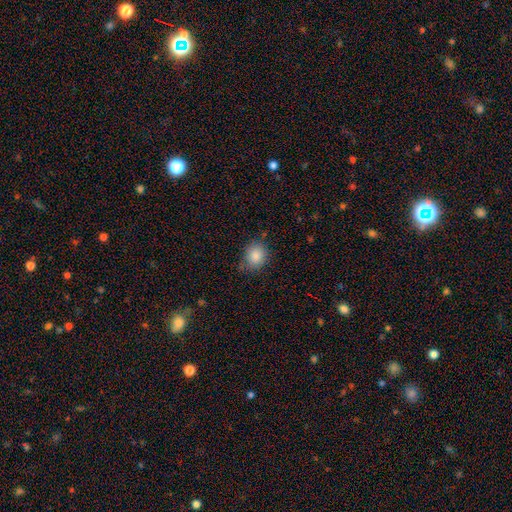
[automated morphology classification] Smooth or featured? Predicted: smooth (p=0.86). How rounded? Predicted: round (p=0.67). Merging? Predicted: none (p=0.75).